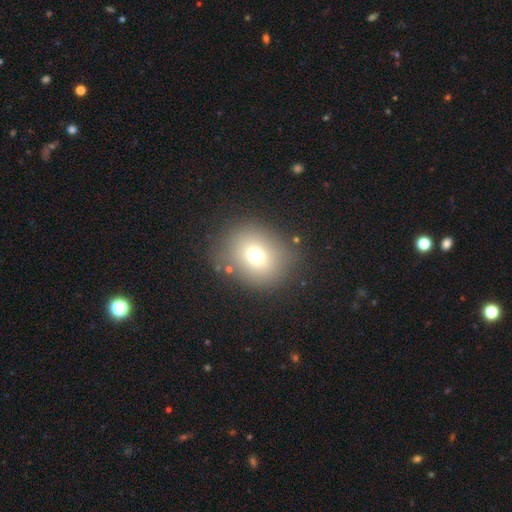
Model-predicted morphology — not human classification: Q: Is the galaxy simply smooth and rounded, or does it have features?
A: smooth — 71%.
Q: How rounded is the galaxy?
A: round — 65%.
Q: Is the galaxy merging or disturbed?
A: none — 80%.